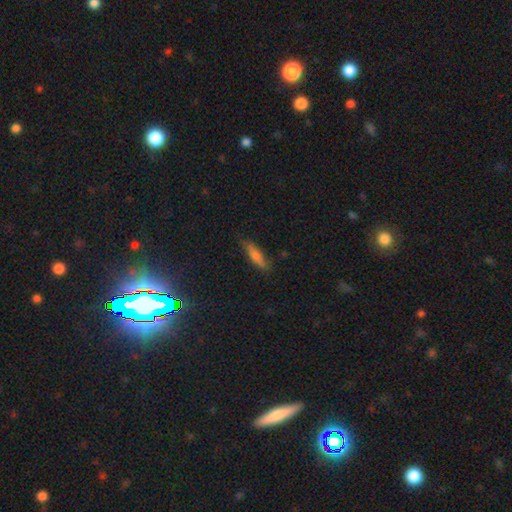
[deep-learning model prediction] smooth 66%, featured or disk 25%, star or artifact 9%. Down the decision tree: how rounded — cigar-shaped (71%); merging — none (81%).